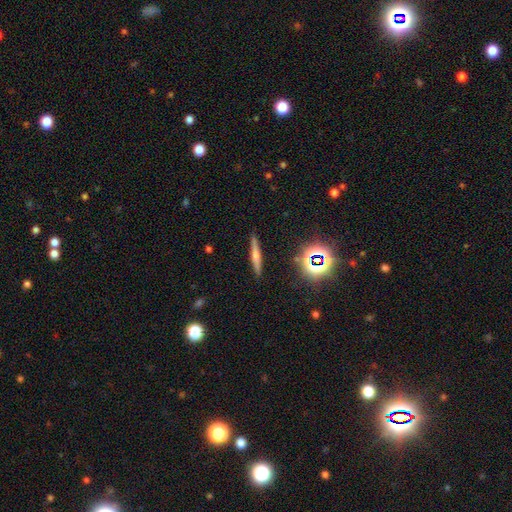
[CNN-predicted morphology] smooth-or-featured: smooth: 48% | featured or disk: 39% | star or artifact: 13%
  merging: none: 89% | minor disturbance: 7% | major disturbance: 2% | merger: 2%